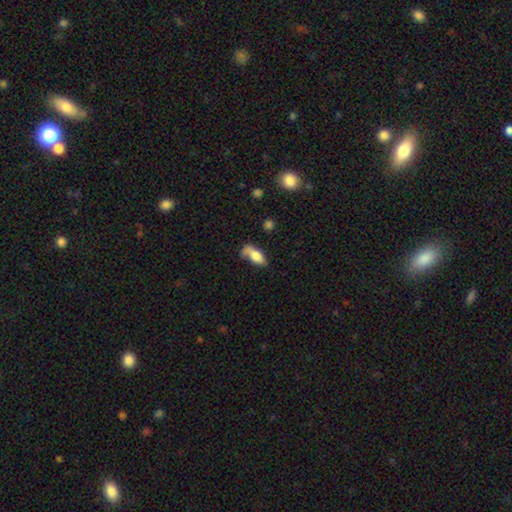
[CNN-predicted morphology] smooth_or_featured: smooth (p=0.69) [alt: featured or disk p=0.23]
how_rounded: in between (p=0.83) [alt: cigar-shaped p=0.12]
merging: none (p=0.39) [alt: minor disturbance p=0.29]